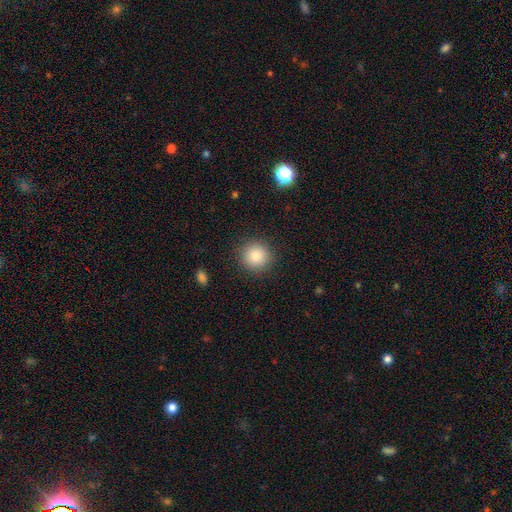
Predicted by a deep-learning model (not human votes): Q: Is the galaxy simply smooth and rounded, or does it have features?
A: smooth — 85%.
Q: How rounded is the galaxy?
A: round — 93%.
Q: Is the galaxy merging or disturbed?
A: none — 90%.